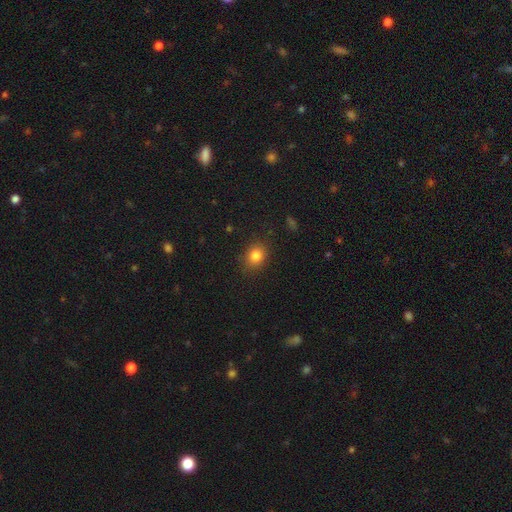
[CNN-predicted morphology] smooth_or_featured: smooth (p=0.82) [alt: star or artifact p=0.11]
how_rounded: round (p=0.56) [alt: in between p=0.43]
merging: none (p=0.84) [alt: minor disturbance p=0.12]